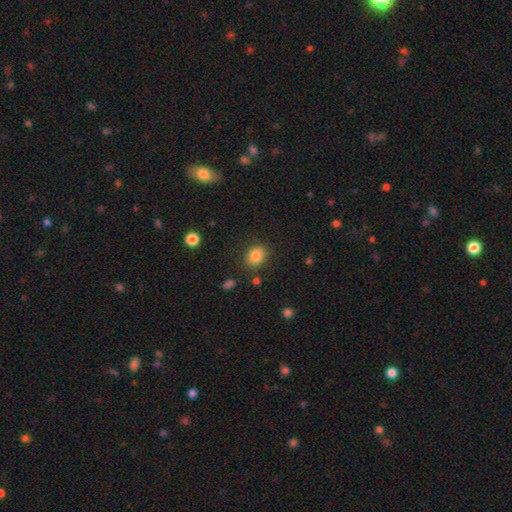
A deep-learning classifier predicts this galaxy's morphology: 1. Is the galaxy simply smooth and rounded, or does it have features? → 84% smooth, 10% star or artifact, 6% featured or disk.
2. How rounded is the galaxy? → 54% round, 45% in between, 1% cigar-shaped.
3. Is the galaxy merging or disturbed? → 81% none, 12% minor disturbance, 4% major disturbance, 3% merger.